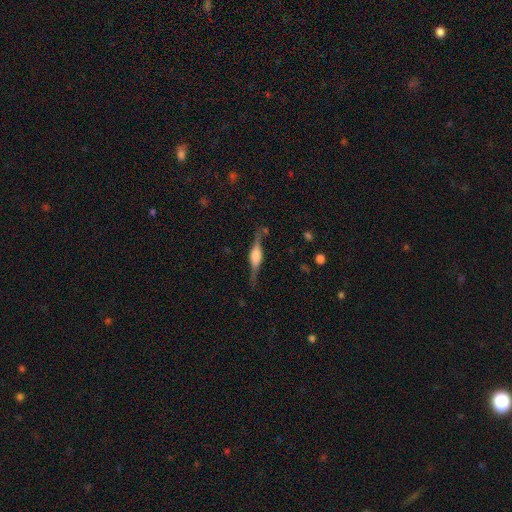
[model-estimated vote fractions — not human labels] Overall: featured or disk (75%). Edge-on disk: yes (96%). Edge-on bulge: rounded (67%; boxy 30%). Merging: none (77%).